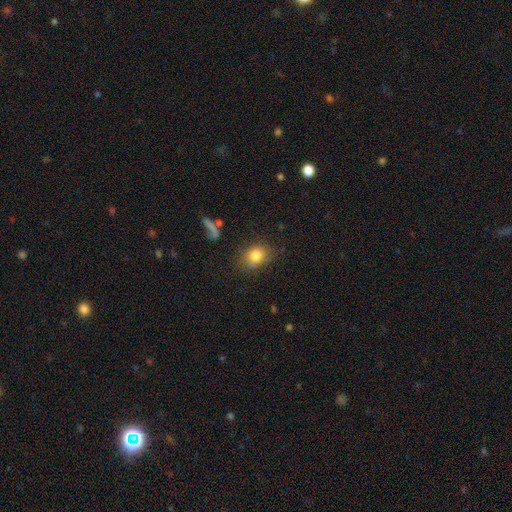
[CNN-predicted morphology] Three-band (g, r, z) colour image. It shows a smooth galaxy with no disk features (81%) that is in between round and cigar-shaped (56%). Merging: none (74%).